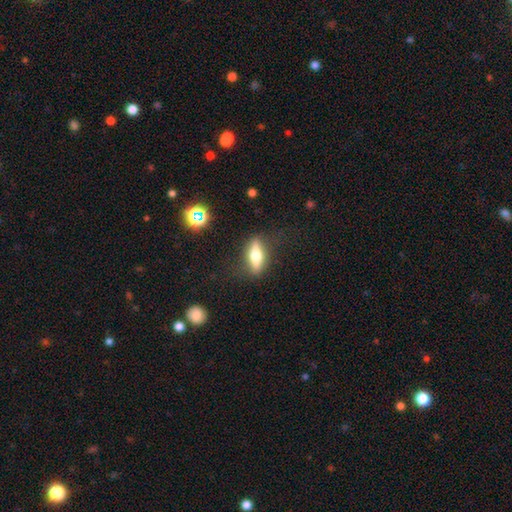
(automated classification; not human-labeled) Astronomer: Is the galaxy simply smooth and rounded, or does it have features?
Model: featured or disk — 48% (runner-up: smooth, 44%).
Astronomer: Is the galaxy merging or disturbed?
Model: none — 84%.